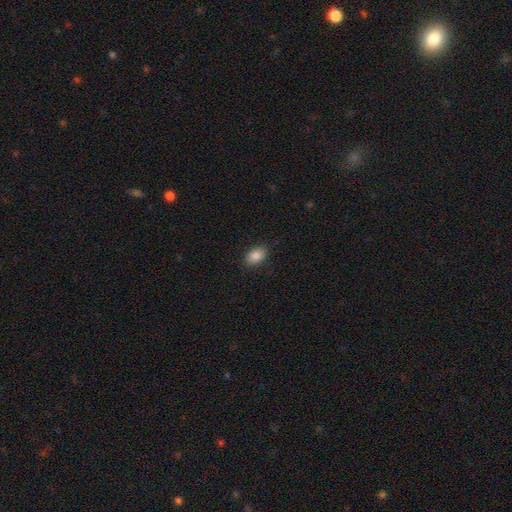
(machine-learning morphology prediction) A smooth galaxy with no disk features (88%) that is in between round and cigar-shaped (90%).

Vote fractions:
- Smooth or featured? smooth: 88% / star or artifact: 8% / featured or disk: 5%
- How rounded? in between: 90% / round: 8% / cigar-shaped: 2%
- Merging? none: 88% / minor disturbance: 9% / major disturbance: 2% / merger: 1%